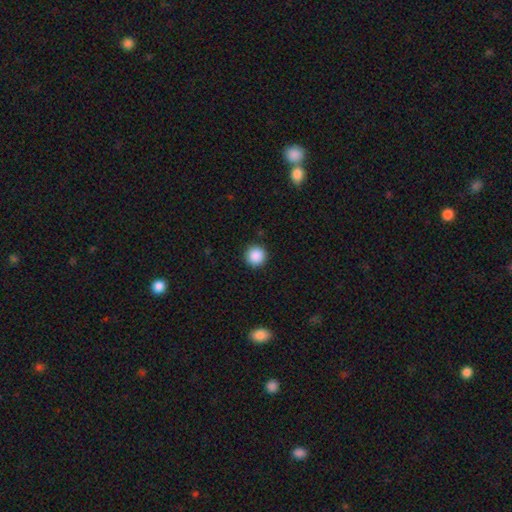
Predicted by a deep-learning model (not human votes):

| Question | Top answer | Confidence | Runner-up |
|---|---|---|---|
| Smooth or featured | smooth | 89% | star or artifact (9%) |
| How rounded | round | 96% | in between (3%) |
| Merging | none | 92% | minor disturbance (5%) |